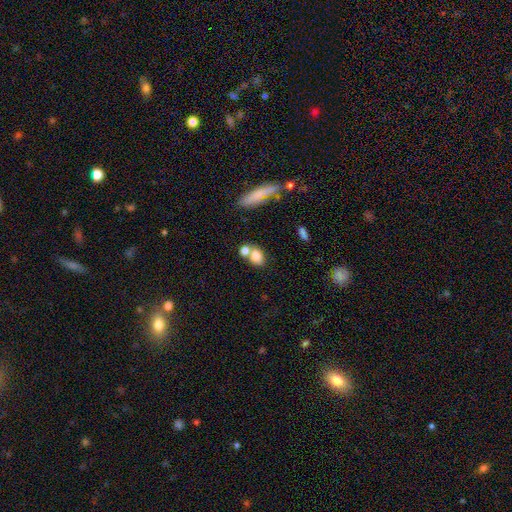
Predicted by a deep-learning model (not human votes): The model was most divided on "merging": none: 42%, merger: 41%, minor disturbance: 12%, major disturbance: 5%. More confident: smooth or featured — smooth (78%); how rounded — in between (66%).